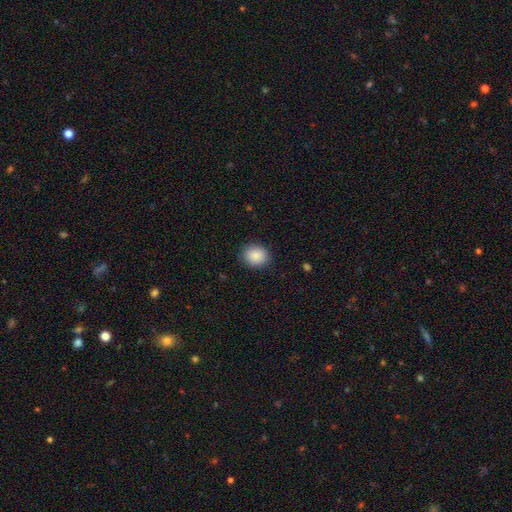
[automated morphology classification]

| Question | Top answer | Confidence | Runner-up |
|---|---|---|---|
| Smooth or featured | smooth | 89% | star or artifact (8%) |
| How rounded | round | 70% | in between (29%) |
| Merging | none | 89% | minor disturbance (8%) |